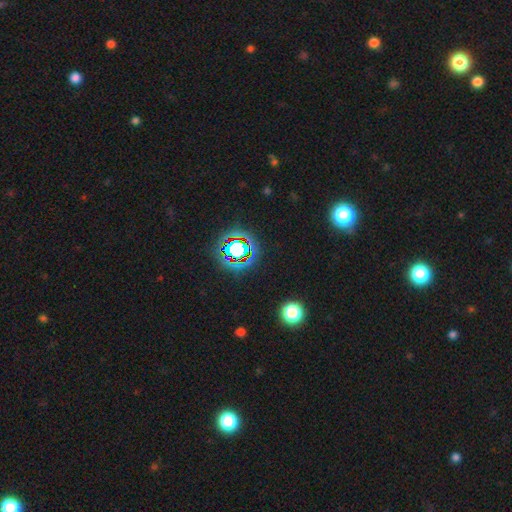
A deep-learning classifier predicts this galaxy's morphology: smooth_or_featured: star or artifact (p=0.78) [alt: smooth p=0.13]